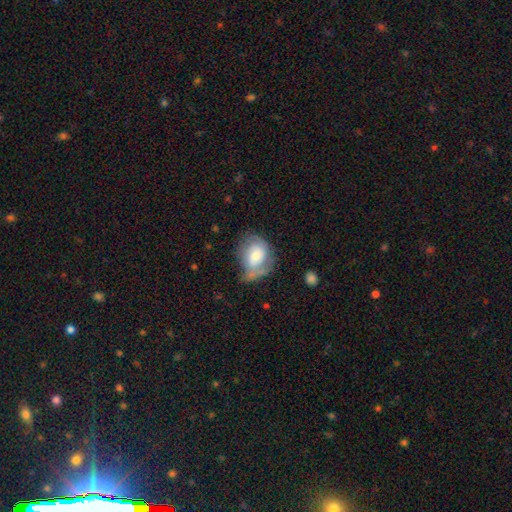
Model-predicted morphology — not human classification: Overall: smooth (49%; featured or disk 44%). Merging: none (41%; minor disturbance 32%).